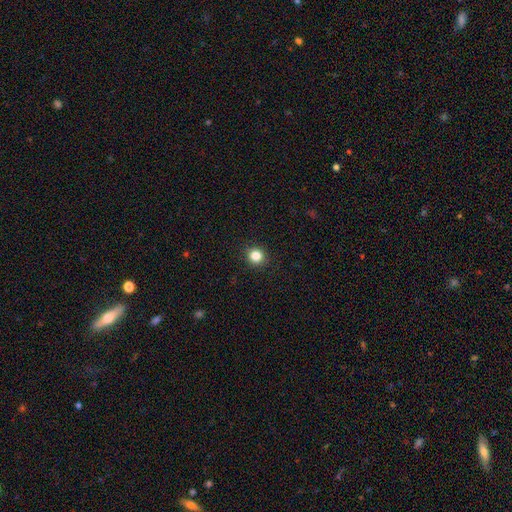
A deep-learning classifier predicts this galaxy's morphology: smooth-or-featured: smooth: 84% | star or artifact: 12% | featured or disk: 5%
  how-rounded: round: 90% | in between: 9% | cigar-shaped: 1%
  merging: none: 92% | minor disturbance: 6% | major disturbance: 2% | merger: 1%